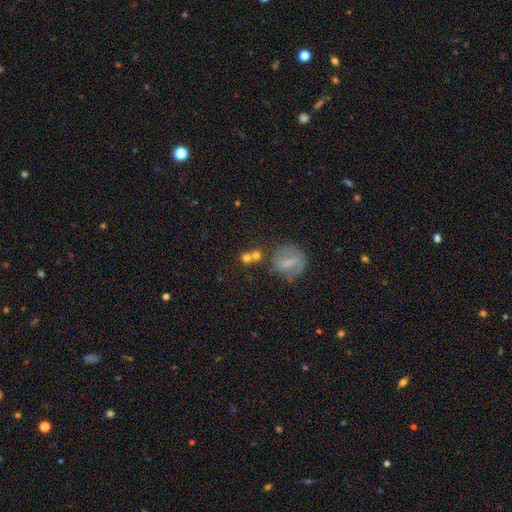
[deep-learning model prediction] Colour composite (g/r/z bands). It shows a smooth galaxy with no disk features (64%) that is round (79%). Merging: none (49%).